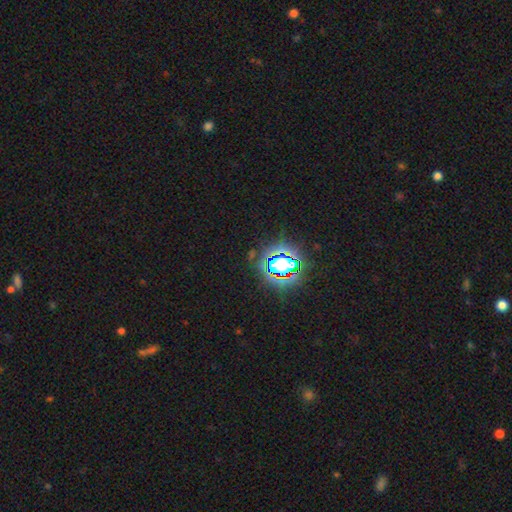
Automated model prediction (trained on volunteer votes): smooth-or-featured: star or artifact: 77% | smooth: 15% | featured or disk: 8%